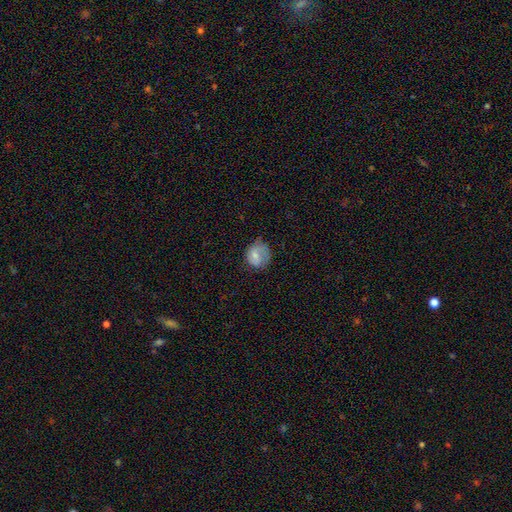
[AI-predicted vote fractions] Q: Smooth or featured?
A: smooth (63%); runner-up: featured or disk (29%)
Q: How rounded?
A: round (71%); runner-up: in between (28%)
Q: Merging?
A: none (54%); runner-up: minor disturbance (30%)